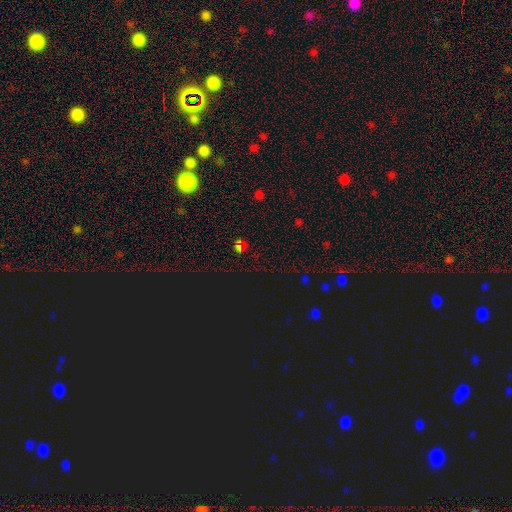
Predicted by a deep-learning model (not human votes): A star or artifact, not a galaxy (59%).

Vote fractions:
- Smooth or featured? star or artifact: 59% / smooth: 33% / featured or disk: 8%